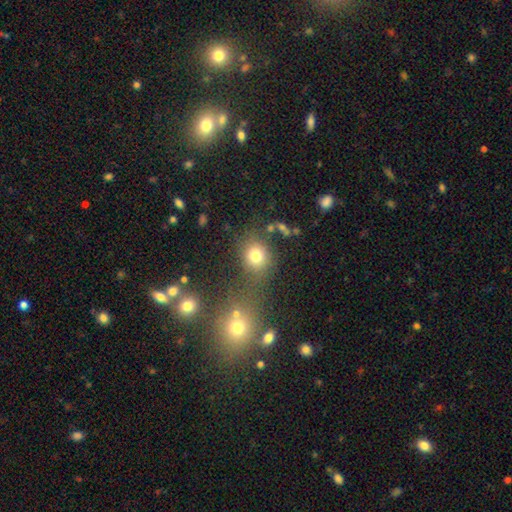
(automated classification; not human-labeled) Smooth or featured: smooth — 75% (star or artifact — 16%)
How rounded: round — 76% (in between — 23%)
Merging: none — 61% (merger — 20%)